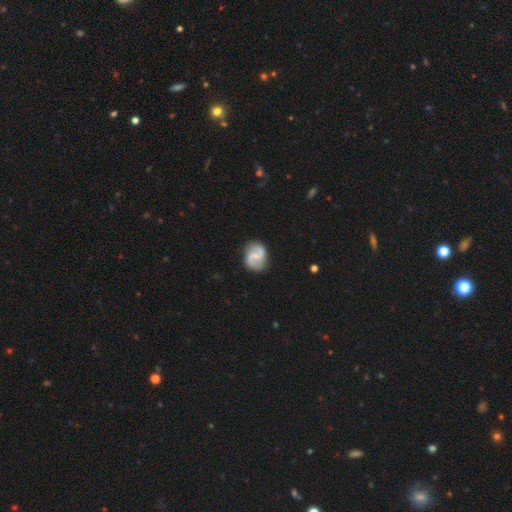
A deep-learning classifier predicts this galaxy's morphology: Overall: featured or disk (75%). Edge-on disk: no (98%). Bar: weak (52%; no 31%). Spiral arms: yes (92%). Spiral arm count: 2 (91%). Spiral winding: loose (44%; medium 42%). Bulge size: small (55%; moderate 28%). Merging: none (79%).